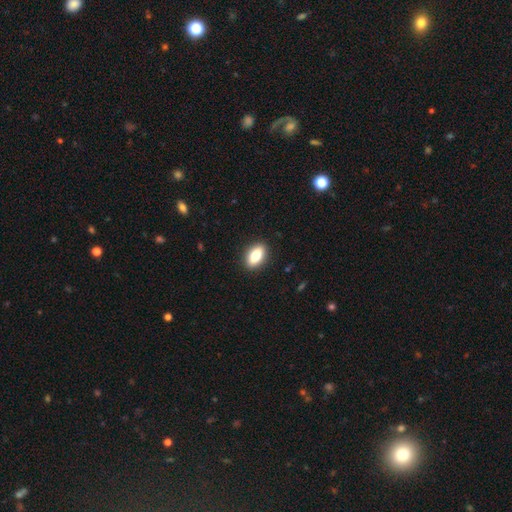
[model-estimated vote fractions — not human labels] A smooth galaxy with no disk features (81%) that is in between round and cigar-shaped (88%).

Vote fractions:
- Smooth or featured? smooth: 81% / featured or disk: 11% / star or artifact: 7%
- How rounded? in between: 88% / round: 7% / cigar-shaped: 5%
- Merging? none: 90% / minor disturbance: 8% / major disturbance: 2% / merger: 1%